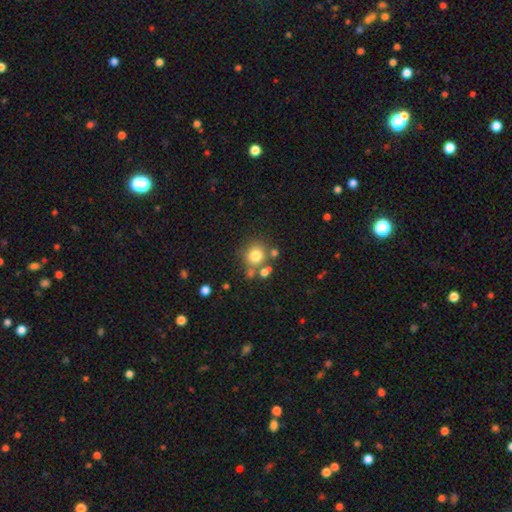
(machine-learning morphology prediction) This appears to be a smooth galaxy with no disk features (77%) that is round (87%). Merging: none (67%).